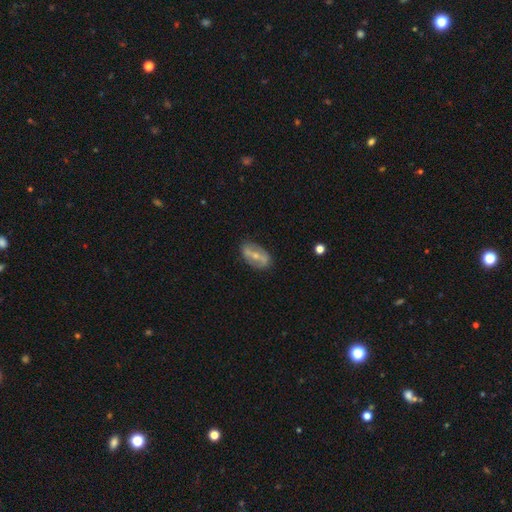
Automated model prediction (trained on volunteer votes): Smooth or featured? featured or disk (68%)
Edge-on disk? no (88%)
Bar? strong (59%)
Spiral arms? yes (54%)
Bulge size? small (52%)
Merging? none (79%)